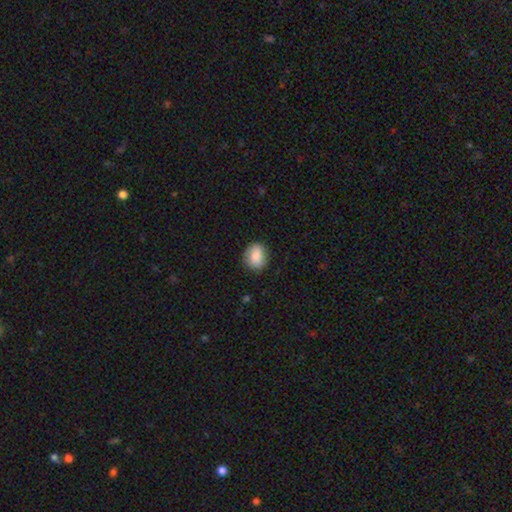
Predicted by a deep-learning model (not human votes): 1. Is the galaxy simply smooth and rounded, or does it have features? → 83% smooth, 10% featured or disk, 8% star or artifact.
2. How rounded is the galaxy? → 63% round, 36% in between, 1% cigar-shaped.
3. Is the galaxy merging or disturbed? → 86% none, 11% minor disturbance, 2% major disturbance, 1% merger.